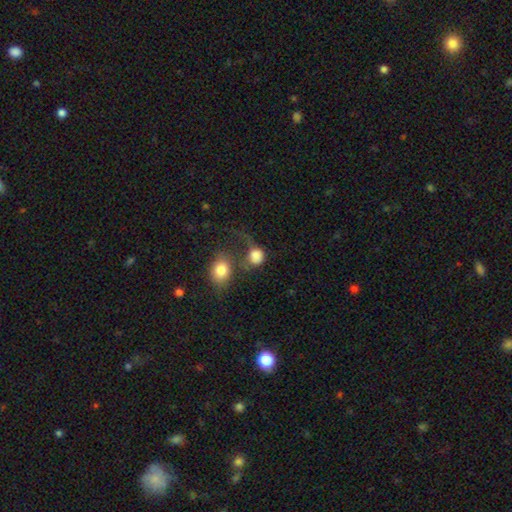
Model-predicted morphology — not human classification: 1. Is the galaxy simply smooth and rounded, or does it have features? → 79% smooth, 12% featured or disk, 10% star or artifact.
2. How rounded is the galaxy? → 71% round, 28% in between, 1% cigar-shaped.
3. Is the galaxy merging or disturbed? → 32% merger, 27% none, 26% major disturbance, 15% minor disturbance.